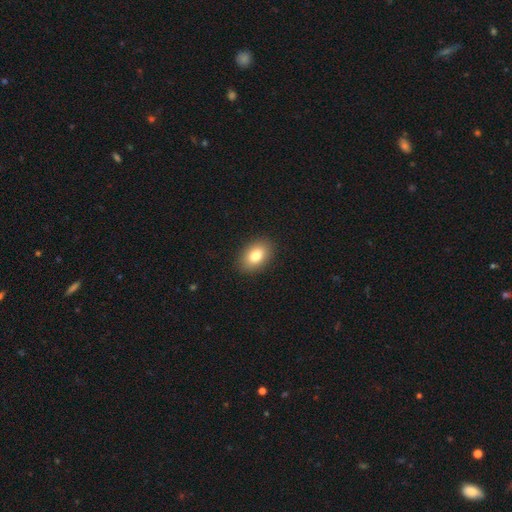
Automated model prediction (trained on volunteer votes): A smooth galaxy with no disk features (81%) that is in between round and cigar-shaped (85%).

Vote fractions:
- Smooth or featured? smooth: 81% / featured or disk: 10% / star or artifact: 9%
- How rounded? in between: 85% / round: 14% / cigar-shaped: 1%
- Merging? none: 89% / minor disturbance: 8% / major disturbance: 2% / merger: 1%